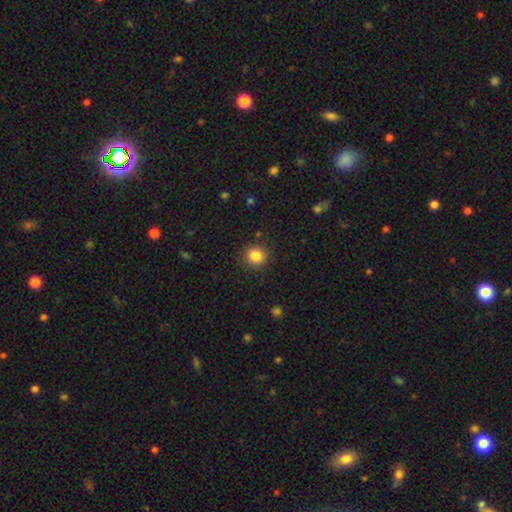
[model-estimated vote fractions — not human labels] Morphology: type=smooth (85%); roundness=round (90%); merging=none (89%).